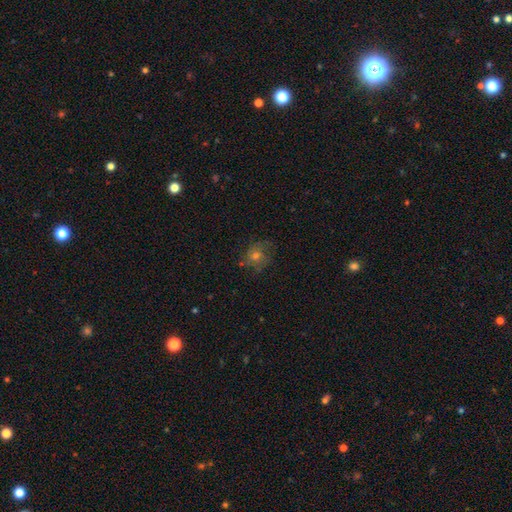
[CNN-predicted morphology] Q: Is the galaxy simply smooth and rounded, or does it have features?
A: smooth — 47%.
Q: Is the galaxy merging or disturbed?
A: none — 68%.